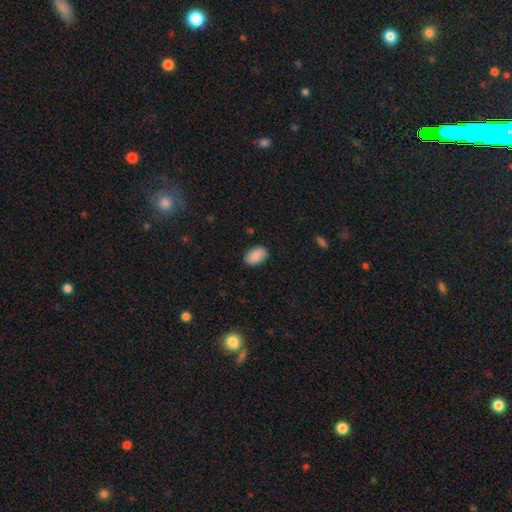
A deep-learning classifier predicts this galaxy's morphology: Smooth or featured: smooth — 88% (star or artifact — 7%)
How rounded: in between — 92% (round — 7%)
Merging: none — 87% (minor disturbance — 10%)